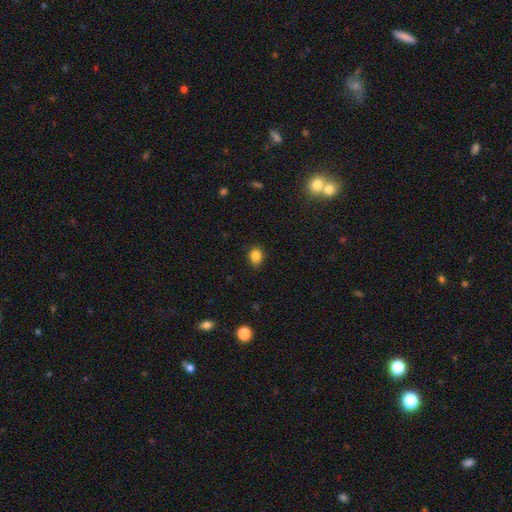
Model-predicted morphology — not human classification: Smooth or featured? smooth (85%)
How rounded? round (54%)
Merging? none (83%)